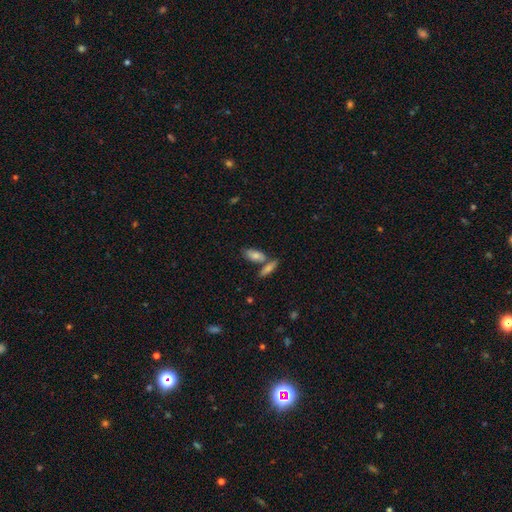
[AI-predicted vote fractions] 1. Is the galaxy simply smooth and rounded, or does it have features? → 72% smooth, 19% featured or disk, 9% star or artifact.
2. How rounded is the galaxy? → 80% in between, 16% cigar-shaped, 3% round.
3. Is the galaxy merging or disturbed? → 49% none, 37% merger, 10% minor disturbance, 3% major disturbance.